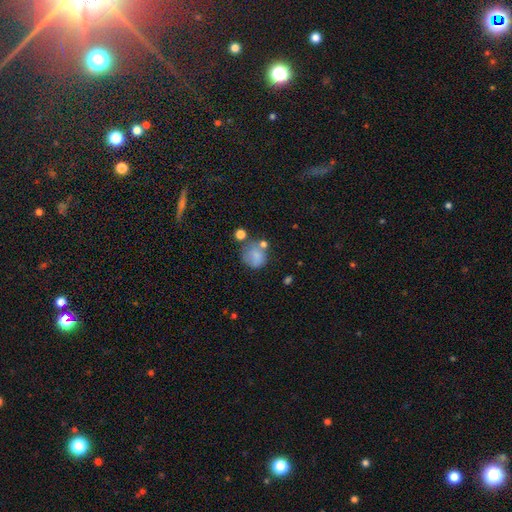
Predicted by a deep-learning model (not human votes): A smooth galaxy with no disk features (76%) that is round (79%).

Vote fractions:
- Smooth or featured? smooth: 76% / featured or disk: 13% / star or artifact: 11%
- How rounded? round: 79% / in between: 20% / cigar-shaped: 1%
- Merging? none: 49% / minor disturbance: 23% / merger: 15% / major disturbance: 13%